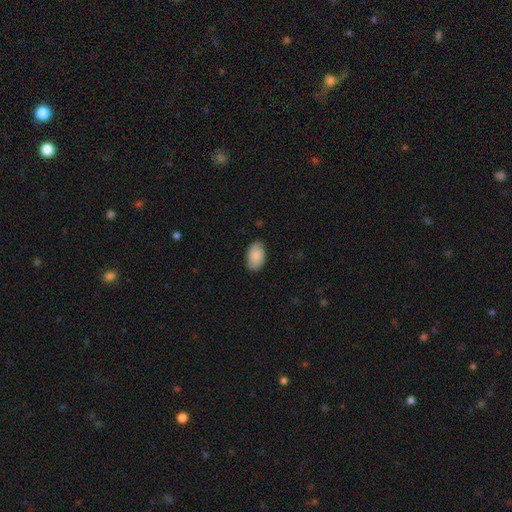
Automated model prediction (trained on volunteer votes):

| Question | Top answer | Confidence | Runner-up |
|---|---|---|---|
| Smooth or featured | smooth | 80% | featured or disk (13%) |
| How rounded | in between | 92% | round (6%) |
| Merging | none | 79% | minor disturbance (17%) |